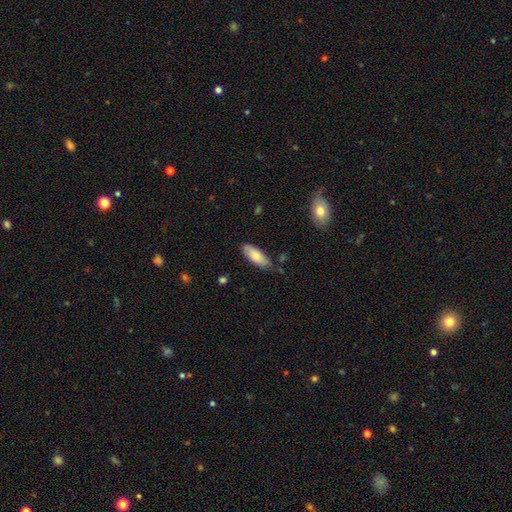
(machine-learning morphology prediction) type=smooth (82%); roundness=in between (75%); merging=none (74%).